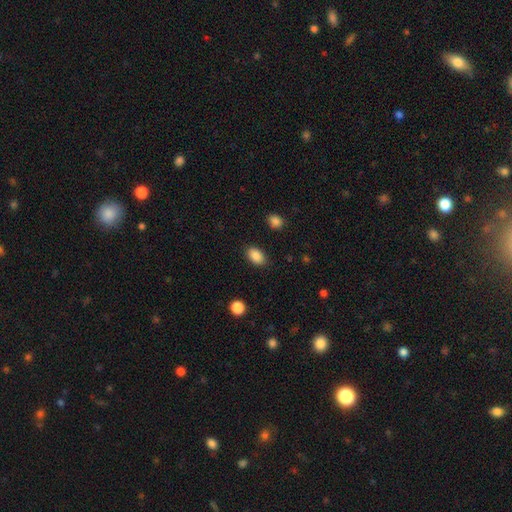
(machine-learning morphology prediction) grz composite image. It shows a smooth galaxy with no disk features (88%) that is in between round and cigar-shaped (88%). Merging: none (86%).